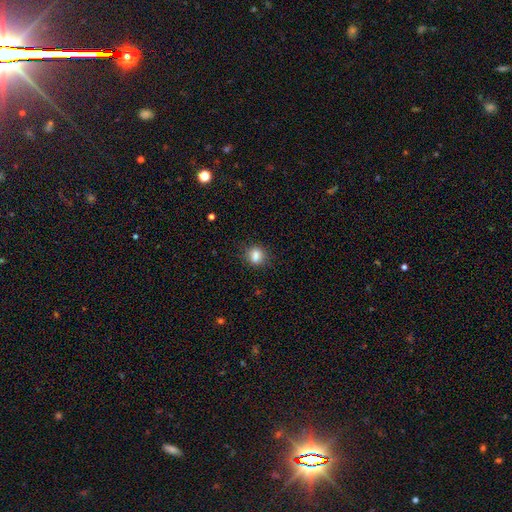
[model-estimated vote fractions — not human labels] Smooth or featured? Predicted: smooth (p=0.83). How rounded? Predicted: round (p=0.56). Merging? Predicted: none (p=0.79).